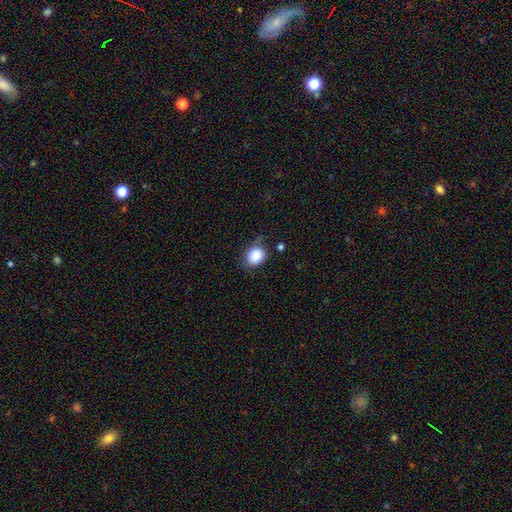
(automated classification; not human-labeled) This is clearly a smooth galaxy (84%). How rounded: likely round (62%). Merging: possibly none (60%).